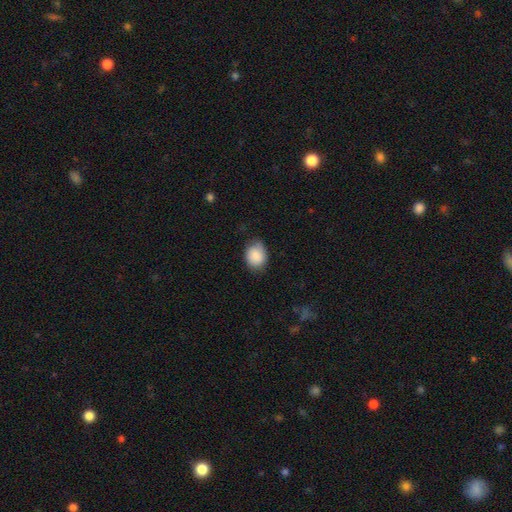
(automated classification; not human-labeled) Smooth or featured?
  - smooth: 86% *
  - featured or disk: 7%
  - star or artifact: 7%
How rounded?
  - in between: 57% *
  - round: 42%
  - cigar-shaped: 1%
Merging?
  - none: 64% *
  - minor disturbance: 28%
  - major disturbance: 6%
  - merger: 1%